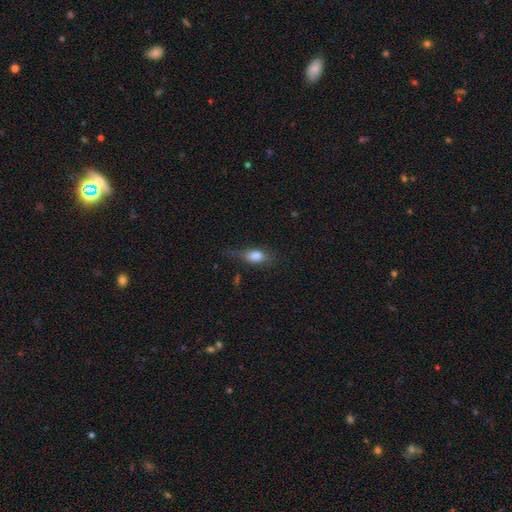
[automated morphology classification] Smooth or featured? smooth (77%)
How rounded? in between (78%)
Merging? none (46%)